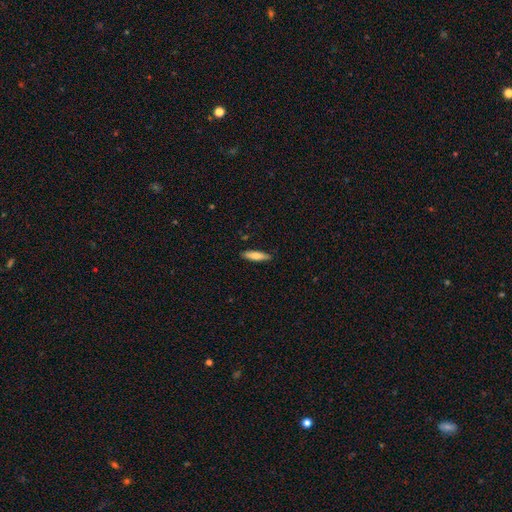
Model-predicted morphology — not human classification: A smooth galaxy with no disk features (72%) that is cigar-shaped (74%). Merging: none (87%).